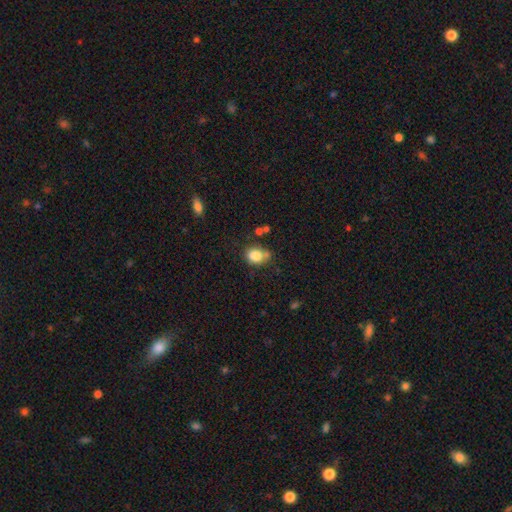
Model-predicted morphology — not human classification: smooth_or_featured: smooth (p=0.83) [alt: star or artifact p=0.10]
how_rounded: in between (p=0.50) [alt: round p=0.49]
merging: none (p=0.58) [alt: minor disturbance p=0.22]